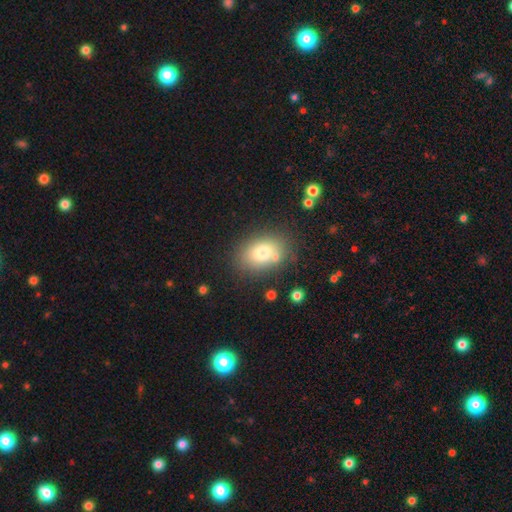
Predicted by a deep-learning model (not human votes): A smooth galaxy with no disk features (75%) that is in between round and cigar-shaped (75%). Merging: none (76%).